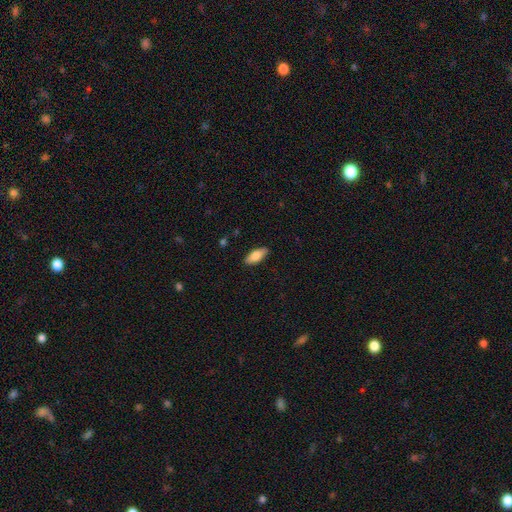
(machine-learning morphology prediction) Smooth or featured?
  - smooth: 79% *
  - featured or disk: 15%
  - star or artifact: 6%
How rounded?
  - in between: 79% *
  - cigar-shaped: 19%
  - round: 2%
Merging?
  - none: 87% *
  - minor disturbance: 10%
  - major disturbance: 2%
  - merger: 1%